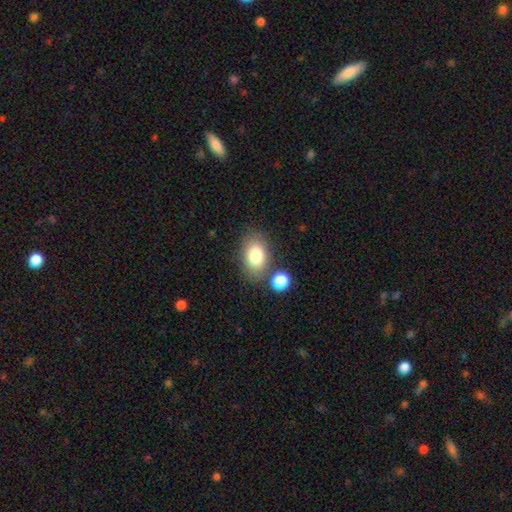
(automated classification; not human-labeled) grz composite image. It shows a smooth galaxy with no disk features (83%) that is in between round and cigar-shaped (86%). Merging: none (73%).